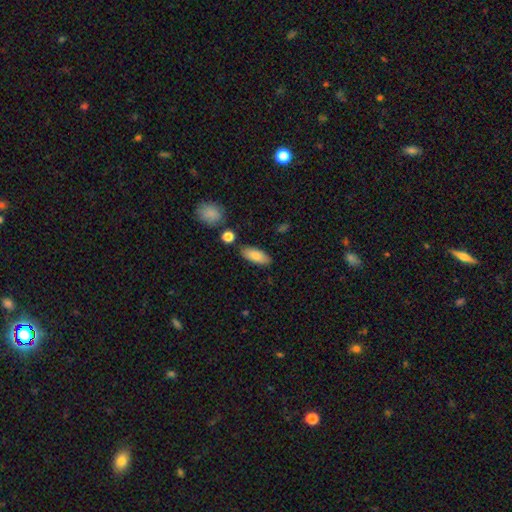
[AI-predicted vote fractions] Morphology: type=smooth (83%); roundness=in between (83%); merging=none (84%).